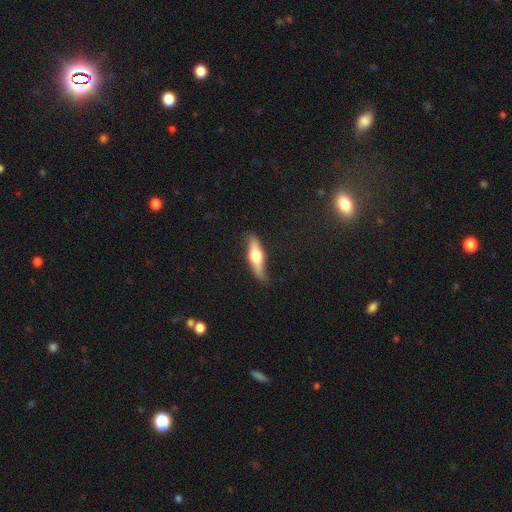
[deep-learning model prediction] Smooth or featured: featured or disk — 53% (smooth — 42%)
Edge-on disk: yes — 90% (no — 10%)
Merging: none — 77% (minor disturbance — 18%)